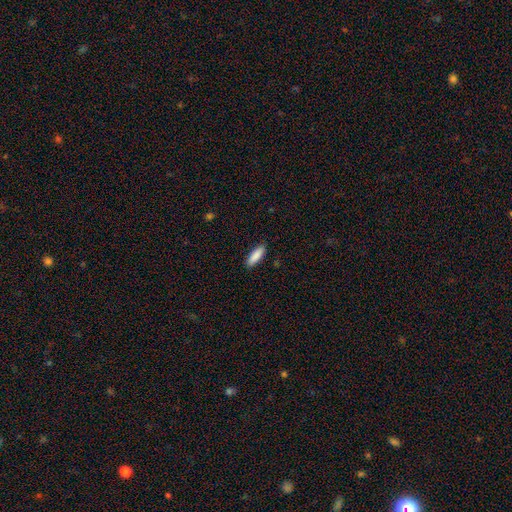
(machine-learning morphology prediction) Smooth or featured: smooth — 89% (star or artifact — 6%)
How rounded: cigar-shaped — 52% (in between — 47%)
Merging: none — 89% (minor disturbance — 8%)